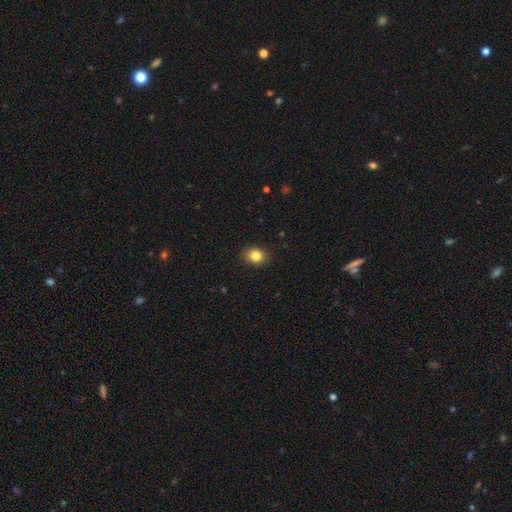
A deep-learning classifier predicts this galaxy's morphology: The model was most divided on "how rounded": round: 54%, in between: 45%, cigar-shaped: 1%. More confident: merging — none (90%); smooth or featured — smooth (84%).